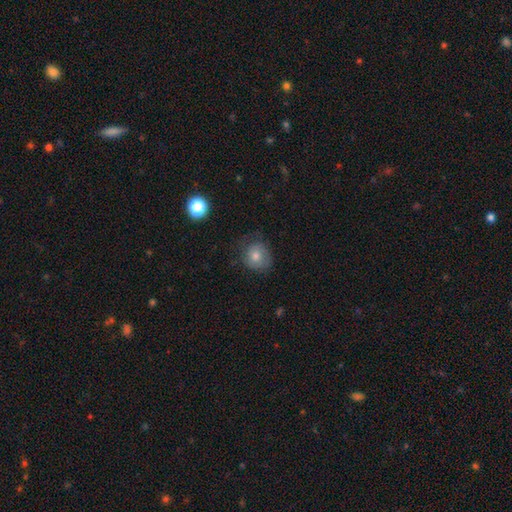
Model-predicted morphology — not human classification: Smooth or featured? smooth (66%)
How rounded? round (80%)
Merging? none (62%)